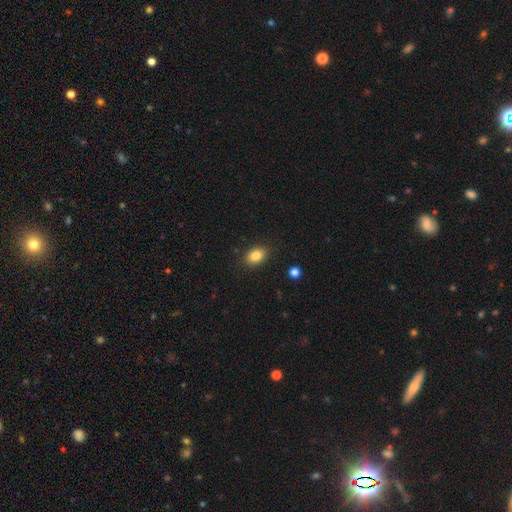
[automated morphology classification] Smooth or featured? smooth (84%)
How rounded? in between (80%)
Merging? none (87%)